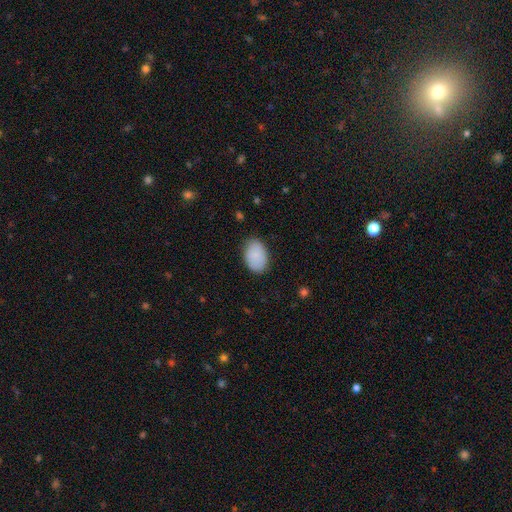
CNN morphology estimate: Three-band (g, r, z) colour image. It shows a smooth galaxy with no disk features (88%) that is in between round and cigar-shaped (88%). Merging: none (81%).